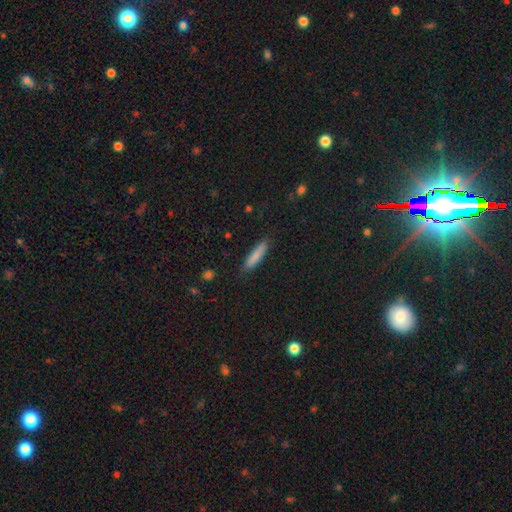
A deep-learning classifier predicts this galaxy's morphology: This is clearly a smooth galaxy (82%). How rounded: clearly cigar-shaped (86%). Merging: clearly none (86%).